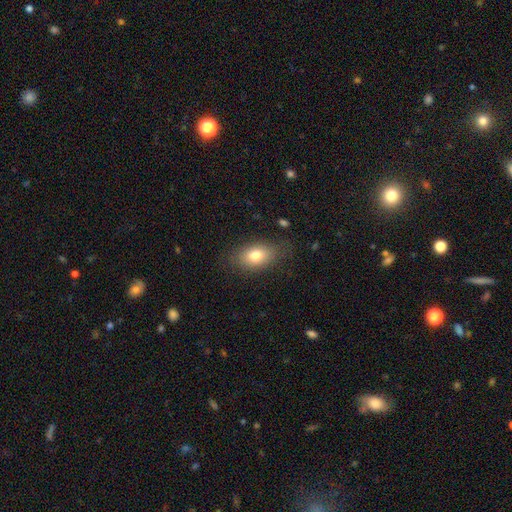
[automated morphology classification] The model was most divided on "merging": none: 78%, minor disturbance: 16%, major disturbance: 5%, merger: 1%. More confident: how rounded — in between (84%); smooth or featured — smooth (77%).